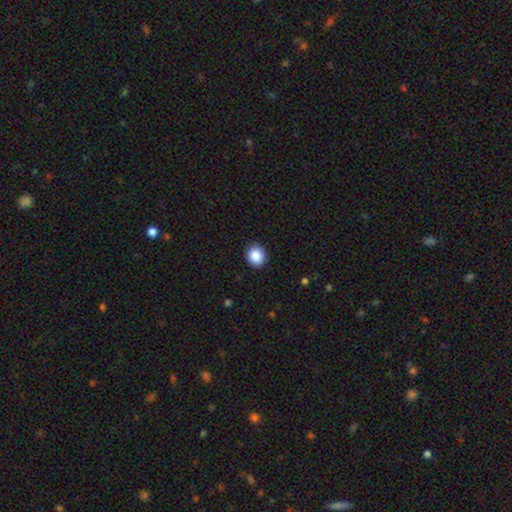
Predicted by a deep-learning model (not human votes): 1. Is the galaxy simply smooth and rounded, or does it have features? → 89% smooth, 8% star or artifact, 3% featured or disk.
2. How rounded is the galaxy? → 73% round, 26% in between, 1% cigar-shaped.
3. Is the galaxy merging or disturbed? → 90% none, 7% minor disturbance, 2% major disturbance, 1% merger.